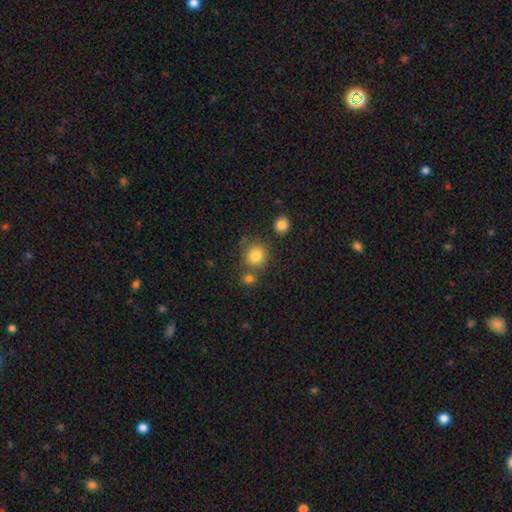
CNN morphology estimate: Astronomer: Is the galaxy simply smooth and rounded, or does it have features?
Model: smooth — 83%.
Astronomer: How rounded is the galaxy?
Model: round — 88%.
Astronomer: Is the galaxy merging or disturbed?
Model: none — 69%.